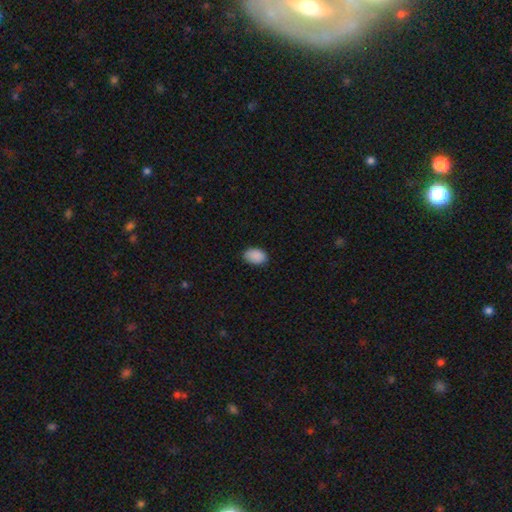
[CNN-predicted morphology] A smooth galaxy with no disk features (90%) that is in between round and cigar-shaped (88%). Merging: none (86%).